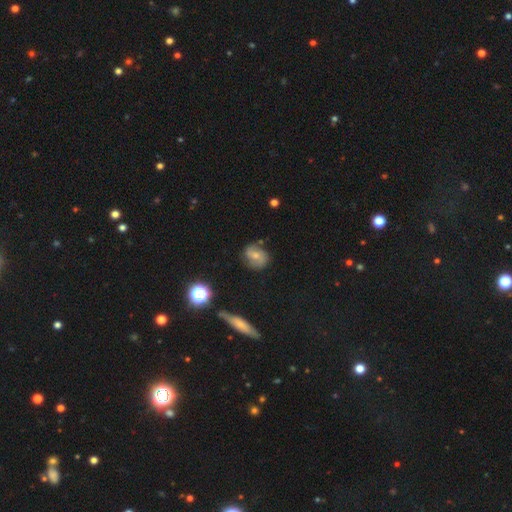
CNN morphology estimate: This is possibly a featured or disk galaxy (48%). Merging: likely none (70%).